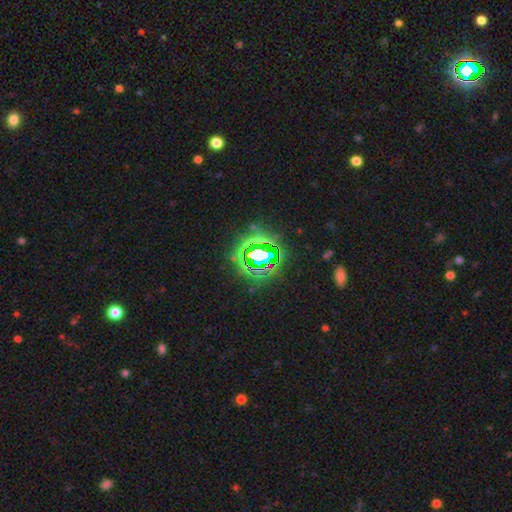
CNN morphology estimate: star or artifact 77%, smooth 12%, featured or disk 11%.